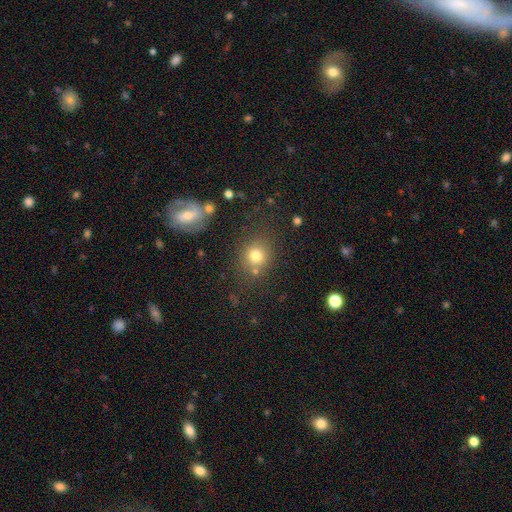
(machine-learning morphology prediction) Overall: smooth (77%). How rounded: round (78%). Merging: none (72%).